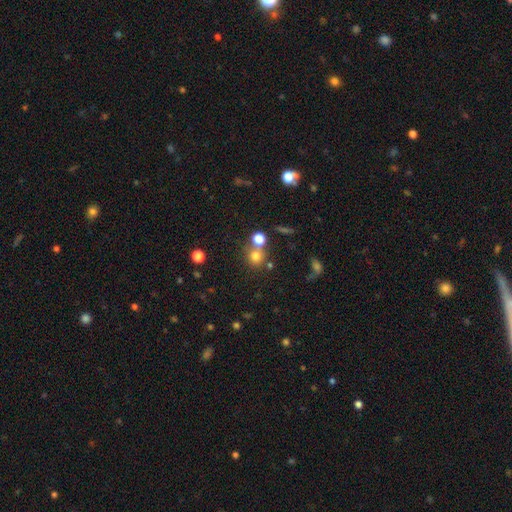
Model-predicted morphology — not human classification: Smooth or featured: smooth — 73% (star or artifact — 17%)
How rounded: round — 88% (in between — 11%)
Merging: none — 59% (merger — 29%)